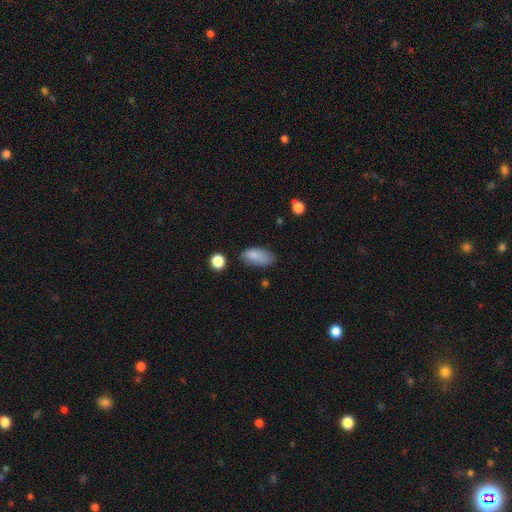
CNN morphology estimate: smooth-or-featured: smooth: 85% | star or artifact: 8% | featured or disk: 7%
  how-rounded: in between: 91% | cigar-shaped: 6% | round: 3%
  merging: none: 61% | minor disturbance: 28% | major disturbance: 7% | merger: 3%